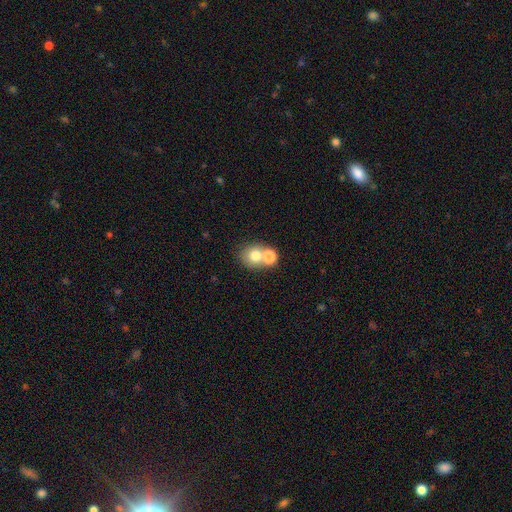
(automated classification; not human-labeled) smooth-or-featured: smooth: 73% | featured or disk: 14% | star or artifact: 12%
  how-rounded: round: 73% | in between: 26% | cigar-shaped: 1%
  merging: merger: 49% | none: 41% | minor disturbance: 7% | major disturbance: 3%